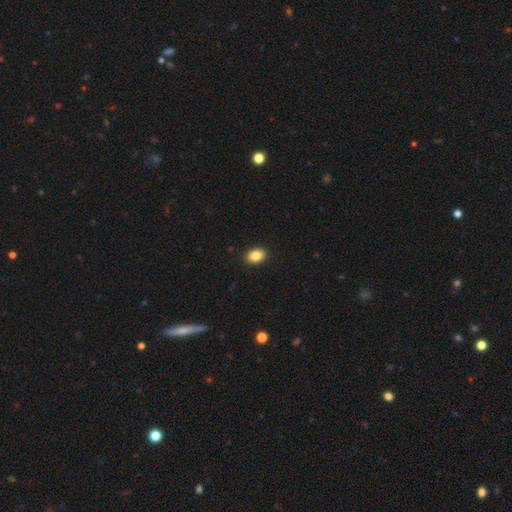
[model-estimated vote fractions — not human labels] Smooth or featured?
  - smooth: 86% *
  - star or artifact: 8%
  - featured or disk: 6%
How rounded?
  - in between: 81% *
  - round: 18%
  - cigar-shaped: 1%
Merging?
  - none: 91% *
  - minor disturbance: 6%
  - major disturbance: 2%
  - merger: 1%